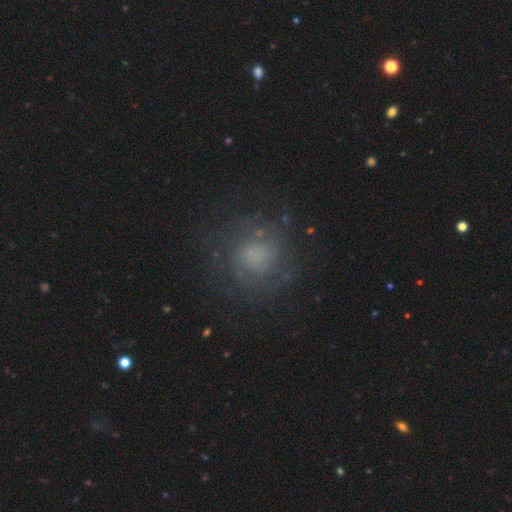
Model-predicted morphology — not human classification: smooth_or_featured: featured or disk (p=0.48) [alt: smooth p=0.37]
merging: none (p=0.70) [alt: minor disturbance p=0.15]